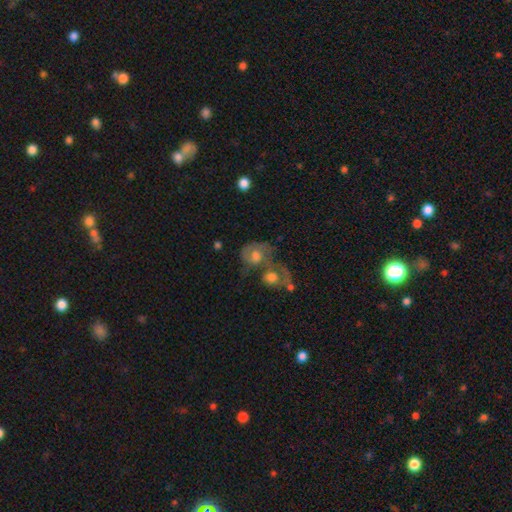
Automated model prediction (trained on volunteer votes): Smooth or featured?
  - featured or disk: 51% *
  - smooth: 41%
  - star or artifact: 8%
Edge-on disk?
  - no: 96% *
  - yes: 4%
Merging?
  - merger: 59% *
  - none: 18%
  - major disturbance: 13%
  - minor disturbance: 10%